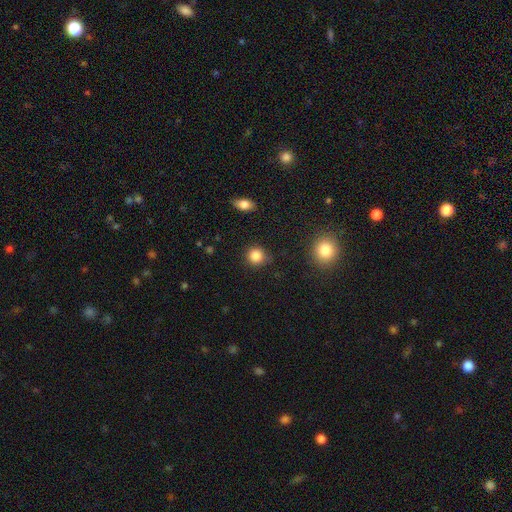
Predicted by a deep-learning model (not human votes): Smooth or featured?
  - smooth: 85% *
  - star or artifact: 11%
  - featured or disk: 4%
How rounded?
  - round: 90% *
  - in between: 9%
  - cigar-shaped: 1%
Merging?
  - none: 81% *
  - minor disturbance: 13%
  - major disturbance: 4%
  - merger: 2%